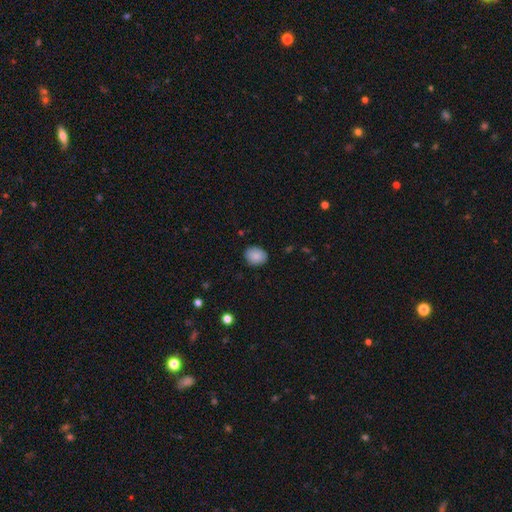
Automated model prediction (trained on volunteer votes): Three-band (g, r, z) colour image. It shows a smooth galaxy with no disk features (88%) that is in between round and cigar-shaped (52%). Merging: none (86%).